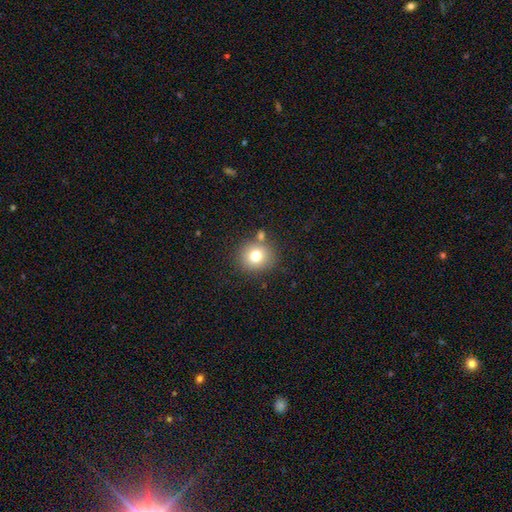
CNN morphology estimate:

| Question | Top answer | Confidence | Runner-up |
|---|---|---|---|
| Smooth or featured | smooth | 76% | star or artifact (13%) |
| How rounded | round | 86% | in between (13%) |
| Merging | none | 77% | minor disturbance (10%) |